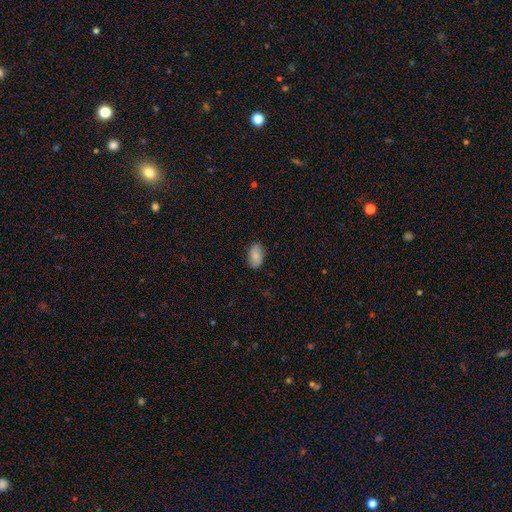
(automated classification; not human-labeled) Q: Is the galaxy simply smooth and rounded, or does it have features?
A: smooth — 85%.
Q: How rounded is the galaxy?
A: in between — 93%.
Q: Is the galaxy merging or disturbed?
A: none — 84%.